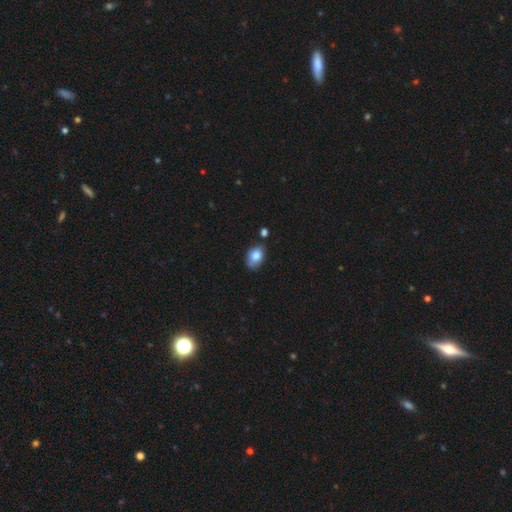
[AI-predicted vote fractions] The model was most divided on "merging": none: 71%, minor disturbance: 20%, merger: 6%, major disturbance: 3%. More confident: how rounded — in between (85%); smooth or featured — smooth (80%).